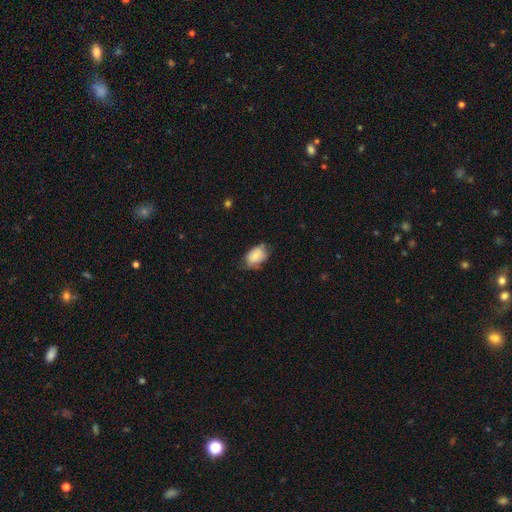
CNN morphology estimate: Q: Smooth or featured?
A: smooth (81%); runner-up: featured or disk (11%)
Q: How rounded?
A: in between (85%); runner-up: round (14%)
Q: Merging?
A: none (54%); runner-up: minor disturbance (34%)